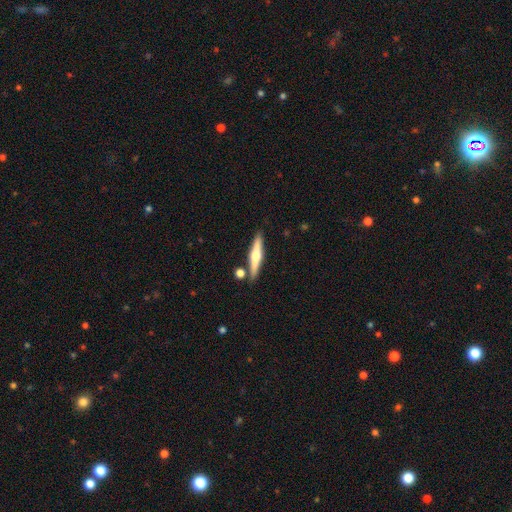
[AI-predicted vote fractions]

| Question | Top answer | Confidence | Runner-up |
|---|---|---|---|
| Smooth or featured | featured or disk | 59% | smooth (35%) |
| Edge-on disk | yes | 96% | no (4%) |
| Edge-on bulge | rounded | 92% | none (4%) |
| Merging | none | 83% | minor disturbance (8%) |